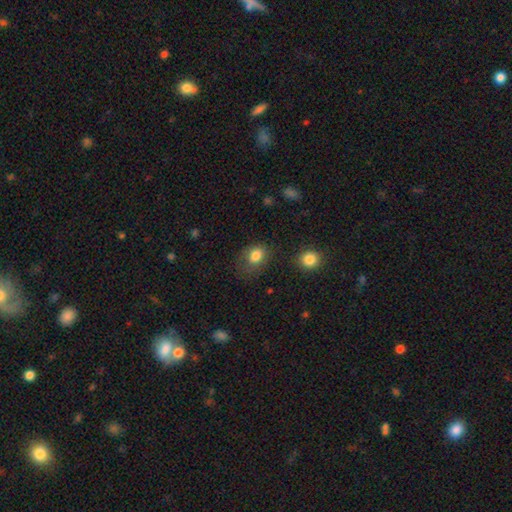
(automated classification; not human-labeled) This is clearly a smooth galaxy (82%). How rounded: possibly in between (57%). Merging: likely none (63%).